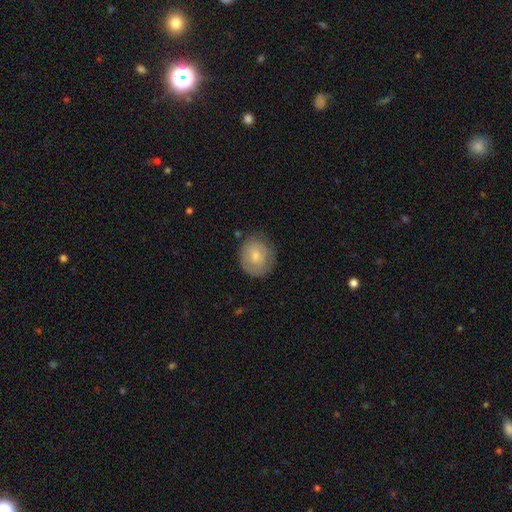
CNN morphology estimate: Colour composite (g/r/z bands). It shows a smooth galaxy with no disk features (64%) that is round (75%). Merging: none (71%).